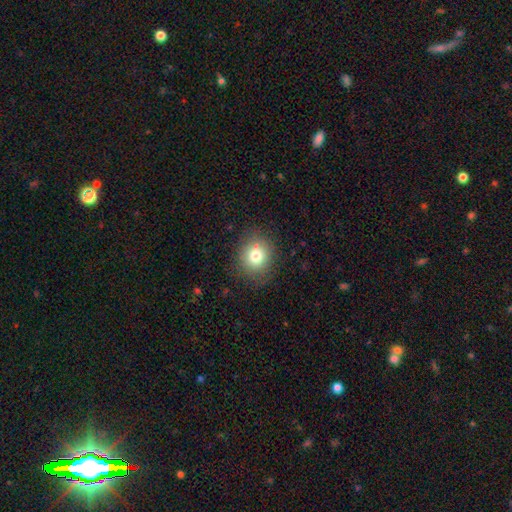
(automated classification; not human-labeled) Smooth or featured? smooth (77%)
How rounded? round (75%)
Merging? none (81%)